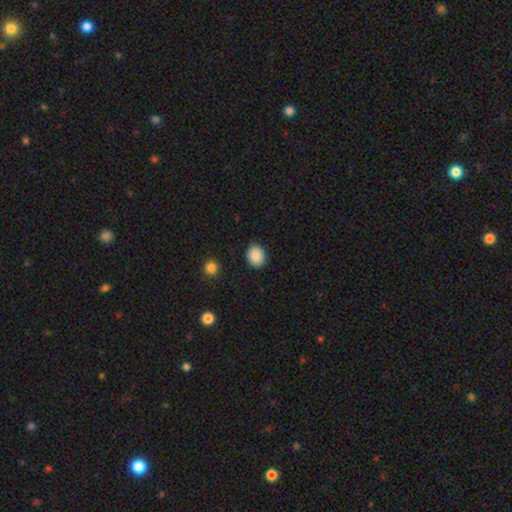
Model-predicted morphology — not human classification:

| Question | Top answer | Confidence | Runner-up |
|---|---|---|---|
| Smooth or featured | smooth | 89% | star or artifact (8%) |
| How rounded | round | 54% | in between (45%) |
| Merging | none | 88% | minor disturbance (8%) |